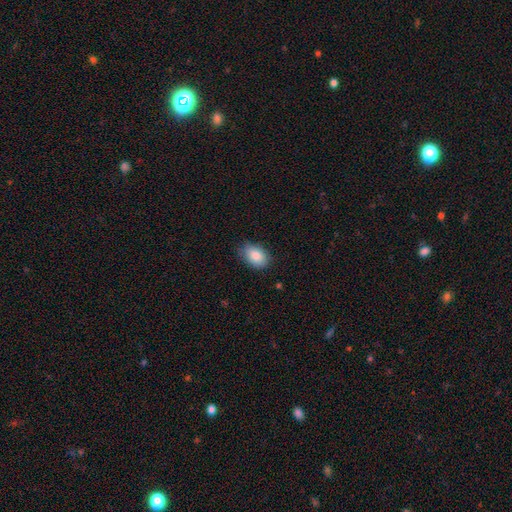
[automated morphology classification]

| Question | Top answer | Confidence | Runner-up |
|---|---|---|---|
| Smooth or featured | smooth | 86% | star or artifact (7%) |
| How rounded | in between | 87% | round (12%) |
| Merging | none | 80% | minor disturbance (16%) |